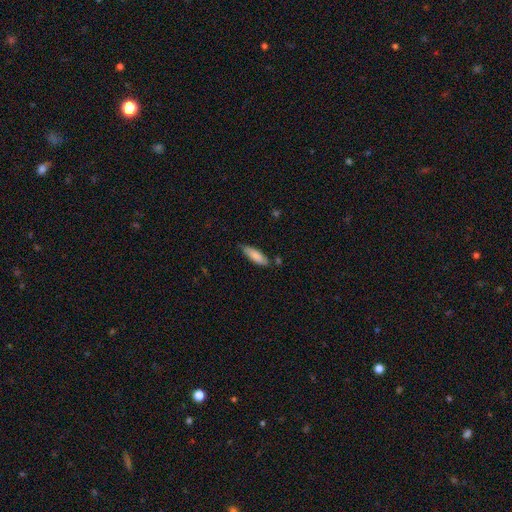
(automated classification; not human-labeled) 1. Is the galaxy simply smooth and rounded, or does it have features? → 83% smooth, 11% featured or disk, 6% star or artifact.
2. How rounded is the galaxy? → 50% in between, 49% cigar-shaped, 1% round.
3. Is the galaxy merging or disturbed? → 70% none, 22% minor disturbance, 4% merger, 4% major disturbance.